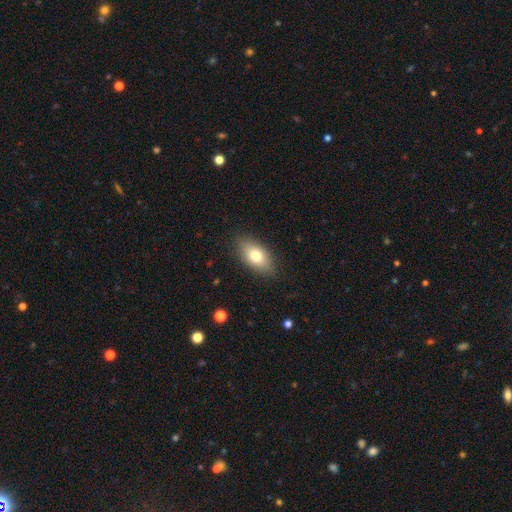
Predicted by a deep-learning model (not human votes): smooth_or_featured: smooth (p=0.76) [alt: featured or disk p=0.16]
how_rounded: in between (p=0.89) [alt: cigar-shaped p=0.06]
merging: none (p=0.85) [alt: minor disturbance p=0.11]